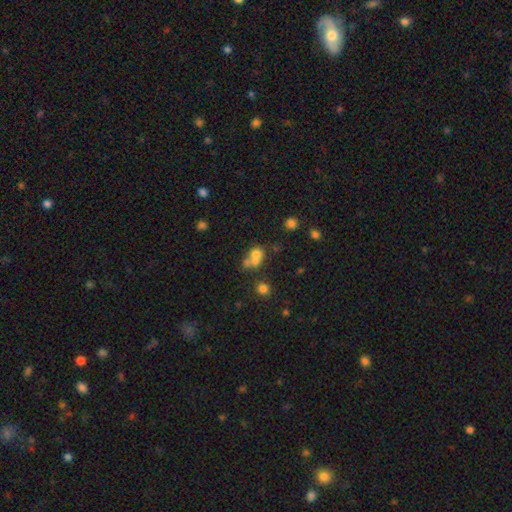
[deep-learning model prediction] This is likely a smooth galaxy (65%). How rounded: likely round (70%). Merging: possibly merger (56%).